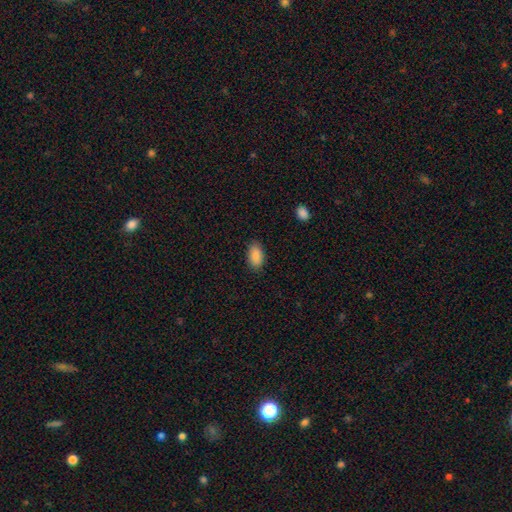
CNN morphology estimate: The model was most divided on "merging": none: 87%, minor disturbance: 10%, major disturbance: 2%, merger: 1%. More confident: how rounded — in between (94%); smooth or featured — smooth (88%).